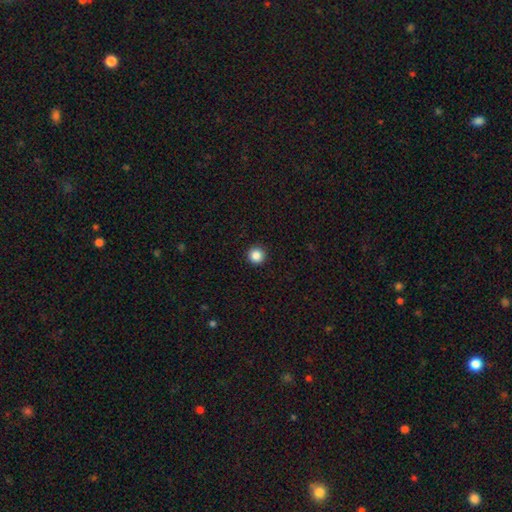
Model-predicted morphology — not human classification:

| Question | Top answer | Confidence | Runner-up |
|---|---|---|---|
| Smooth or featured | smooth | 86% | star or artifact (11%) |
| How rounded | round | 96% | in between (3%) |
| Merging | none | 94% | minor disturbance (4%) |